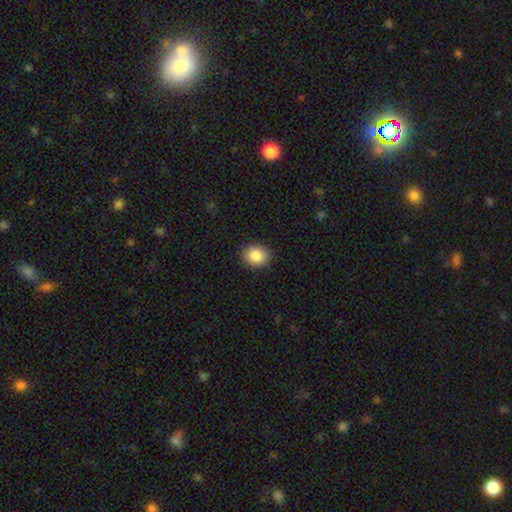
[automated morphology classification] A smooth galaxy with no disk features (87%) that is round (61%).

Vote fractions:
- Smooth or featured? smooth: 87% / star or artifact: 8% / featured or disk: 4%
- How rounded? round: 61% / in between: 38% / cigar-shaped: 1%
- Merging? none: 89% / minor disturbance: 8% / major disturbance: 2% / merger: 1%